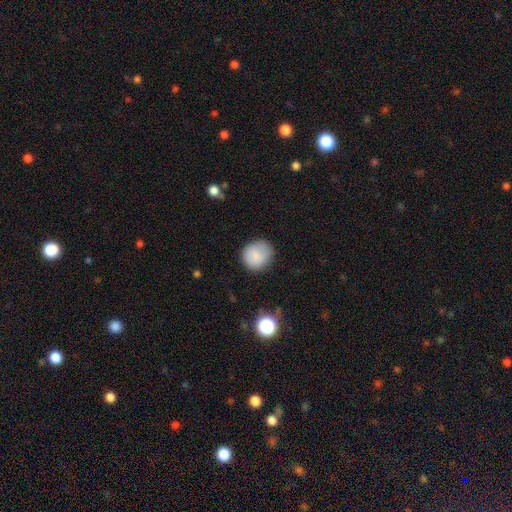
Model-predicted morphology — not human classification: Overall: smooth (85%). How rounded: round (83%). Merging: none (79%).